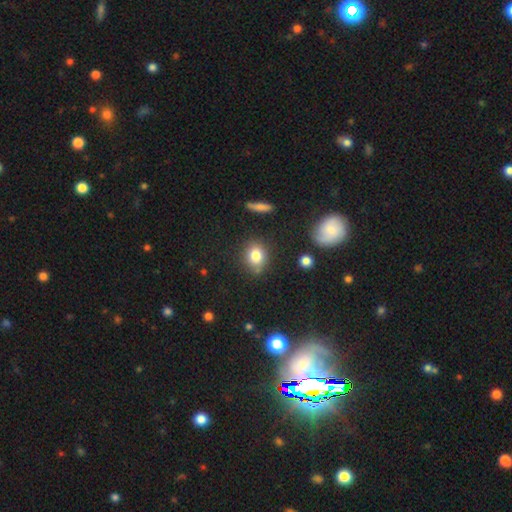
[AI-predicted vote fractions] smooth_or_featured: smooth (p=0.81) [alt: star or artifact p=0.11]
how_rounded: round (p=0.65) [alt: in between p=0.34]
merging: none (p=0.77) [alt: minor disturbance p=0.15]